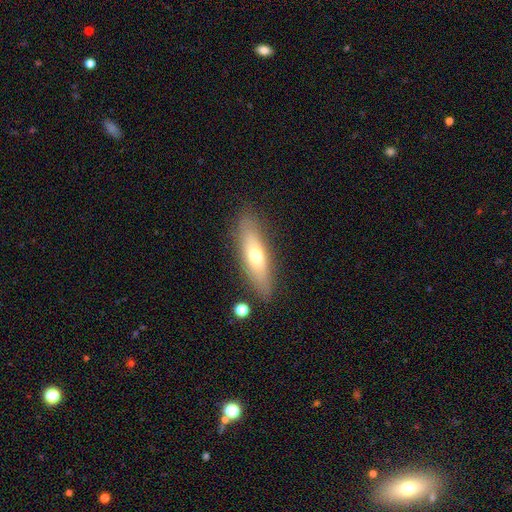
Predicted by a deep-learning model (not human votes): Morphology: type=smooth (55%); roundness=cigar-shaped (57%); merging=none (82%).